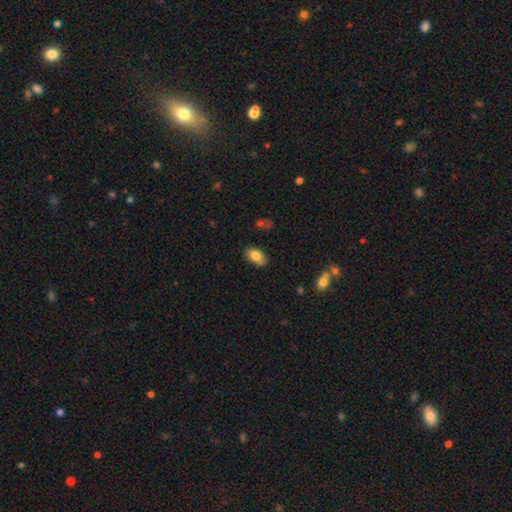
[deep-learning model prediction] This is clearly a smooth galaxy (81%). How rounded: clearly in between (86%). Merging: likely none (68%).